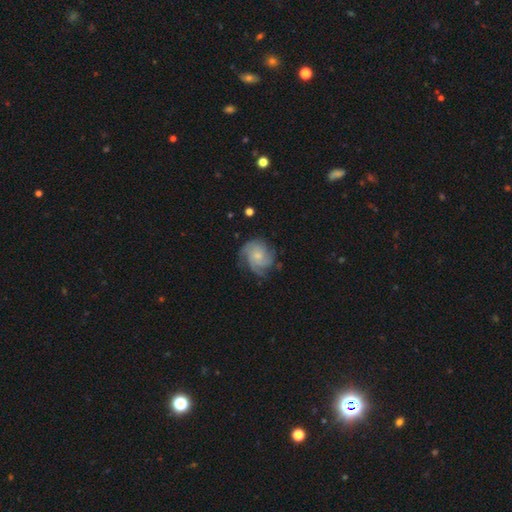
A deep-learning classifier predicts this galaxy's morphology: type=featured or disk (76%); edge-on=no (98%); bar=no (78%); spiral arms=yes (95%); winding=tight (55%); arm count=3 (32%); bulge=small (64%); merging=none (70%).